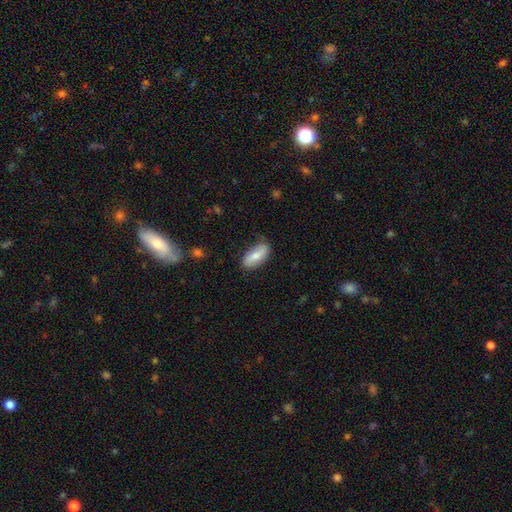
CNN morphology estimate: Smooth or featured? Predicted: smooth (p=0.72). How rounded? Predicted: in between (p=0.86). Merging? Predicted: none (p=0.79).